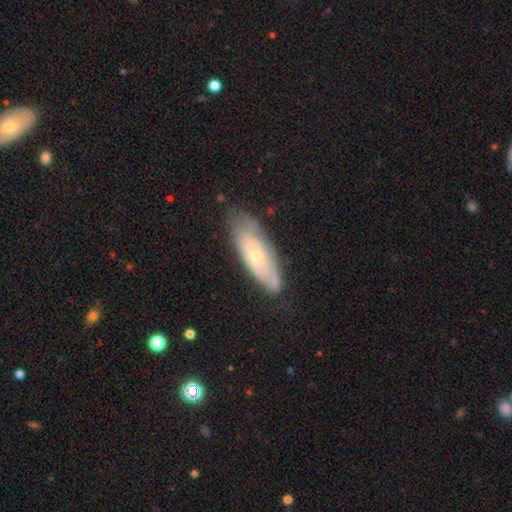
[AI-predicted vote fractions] This is possibly a featured or disk galaxy (56%). It is likely not viewed edge-on (78%). Merging: likely none (64%).